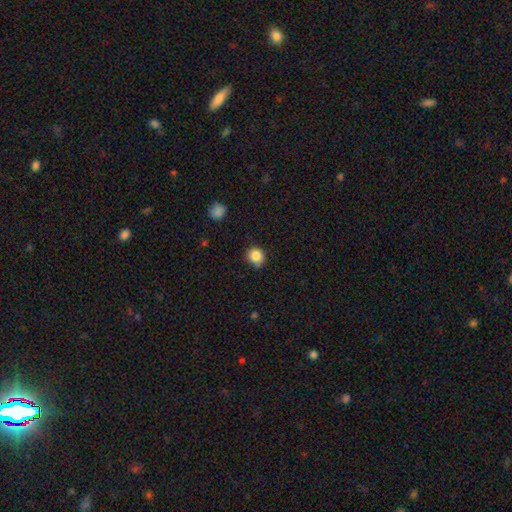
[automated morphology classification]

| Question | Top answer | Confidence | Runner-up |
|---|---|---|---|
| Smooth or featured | smooth | 85% | star or artifact (10%) |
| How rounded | round | 82% | in between (17%) |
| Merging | none | 79% | minor disturbance (17%) |